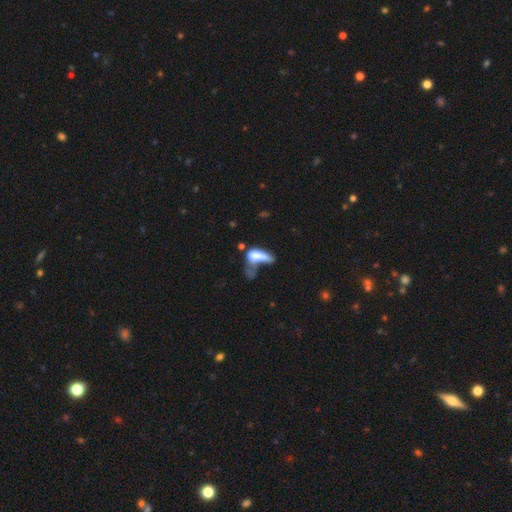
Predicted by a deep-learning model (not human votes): Smooth or featured? Predicted: smooth (p=0.56). How rounded? Predicted: in between (p=0.68). Merging? Predicted: major disturbance (p=0.49).